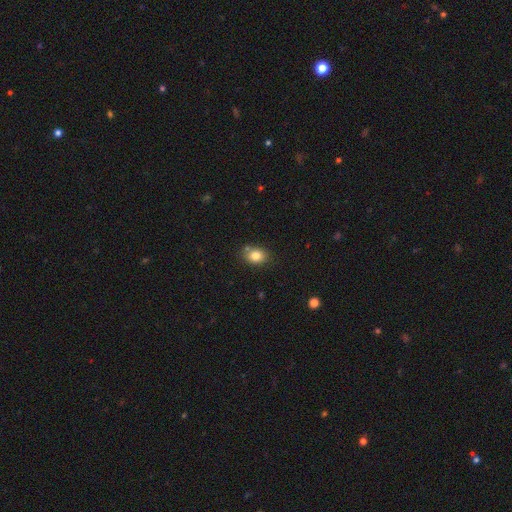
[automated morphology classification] smooth_or_featured: smooth (p=0.81) [alt: star or artifact p=0.10]
how_rounded: in between (p=0.56) [alt: round p=0.43]
merging: none (p=0.76) [alt: minor disturbance p=0.14]